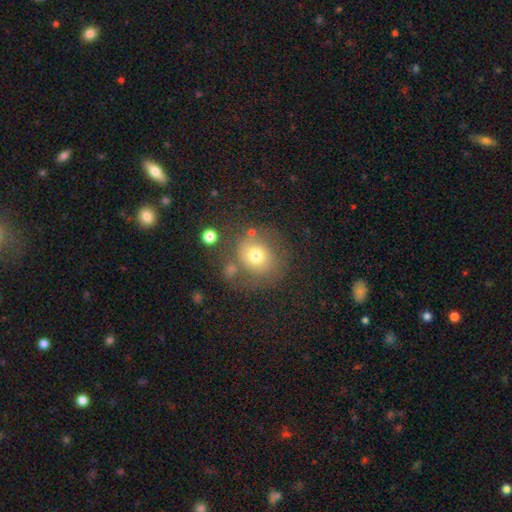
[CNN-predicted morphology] Smooth or featured? smooth (69%)
How rounded? round (77%)
Merging? none (60%)